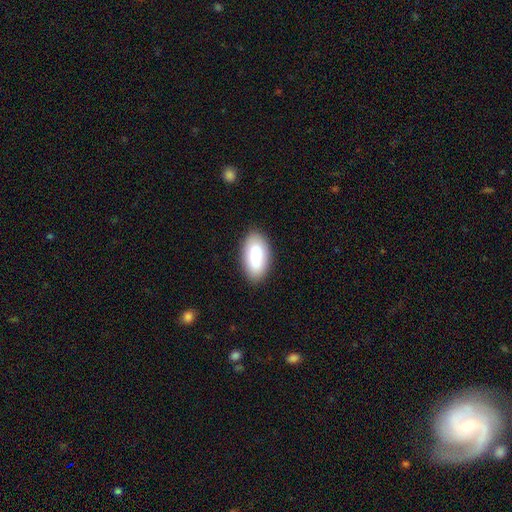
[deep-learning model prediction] smooth_or_featured: smooth (p=0.81) [alt: featured or disk p=0.13]
how_rounded: in between (p=0.94) [alt: cigar-shaped p=0.03]
merging: none (p=0.80) [alt: minor disturbance p=0.13]